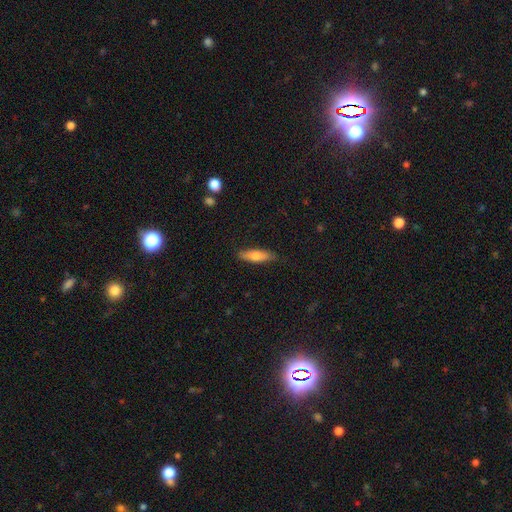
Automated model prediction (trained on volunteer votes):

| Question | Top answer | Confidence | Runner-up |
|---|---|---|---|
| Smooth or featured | smooth | 68% | featured or disk (26%) |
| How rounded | cigar-shaped | 62% | in between (36%) |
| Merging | none | 84% | minor disturbance (13%) |